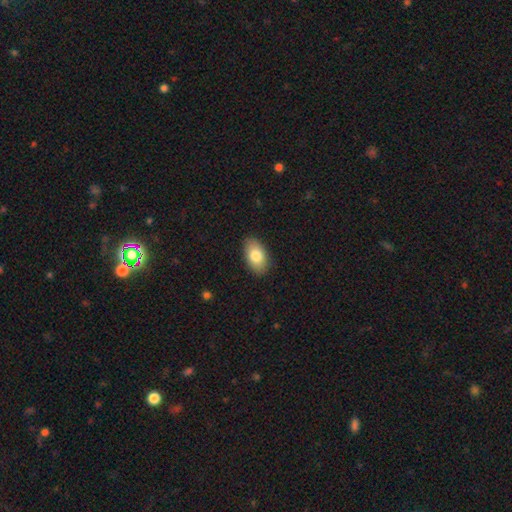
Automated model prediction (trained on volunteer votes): Smooth or featured: smooth — 81% (featured or disk — 12%)
How rounded: in between — 93% (round — 5%)
Merging: none — 89% (minor disturbance — 9%)